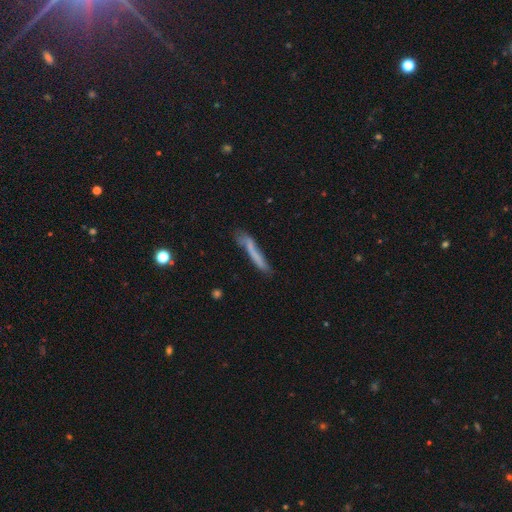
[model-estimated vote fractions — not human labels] smooth 63%, featured or disk 29%, star or artifact 8%. Down the decision tree: how rounded — cigar-shaped (93%); merging — none (57%).